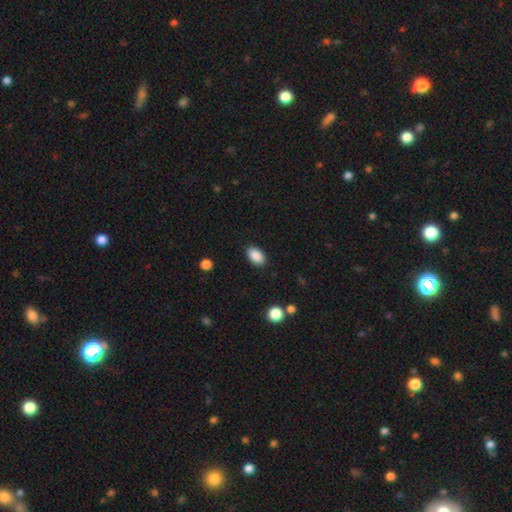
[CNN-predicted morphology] smooth-or-featured: smooth: 89% | star or artifact: 8% | featured or disk: 4%
  how-rounded: in between: 92% | round: 6% | cigar-shaped: 2%
  merging: none: 88% | minor disturbance: 9% | major disturbance: 2% | merger: 1%